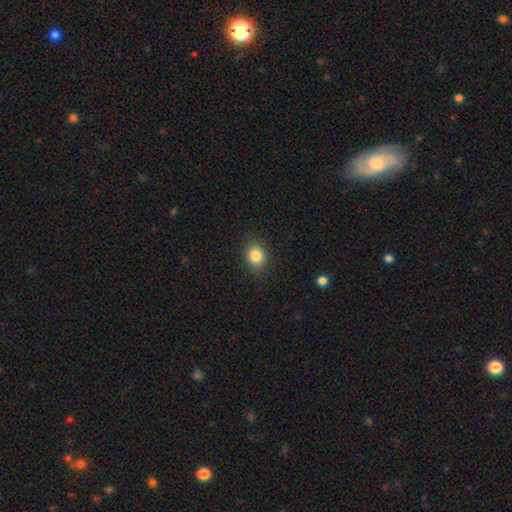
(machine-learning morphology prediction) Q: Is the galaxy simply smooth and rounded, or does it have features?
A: smooth — 84%.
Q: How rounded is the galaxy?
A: in between — 52%.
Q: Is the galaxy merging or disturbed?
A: none — 87%.